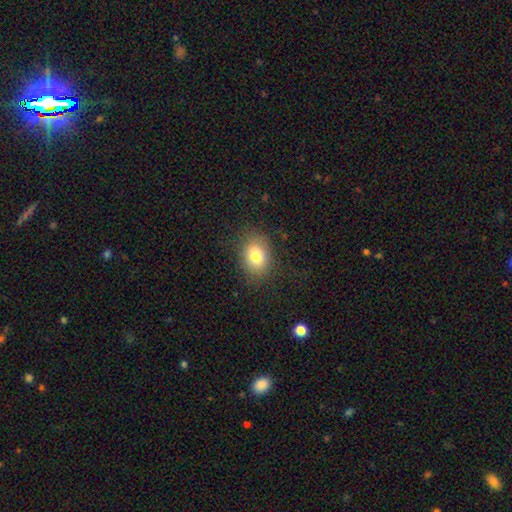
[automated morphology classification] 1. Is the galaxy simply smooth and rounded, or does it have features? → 79% smooth, 11% star or artifact, 10% featured or disk.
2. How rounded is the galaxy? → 60% in between, 39% round, 1% cigar-shaped.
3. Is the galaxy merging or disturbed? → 83% none, 12% minor disturbance, 5% major disturbance, 1% merger.